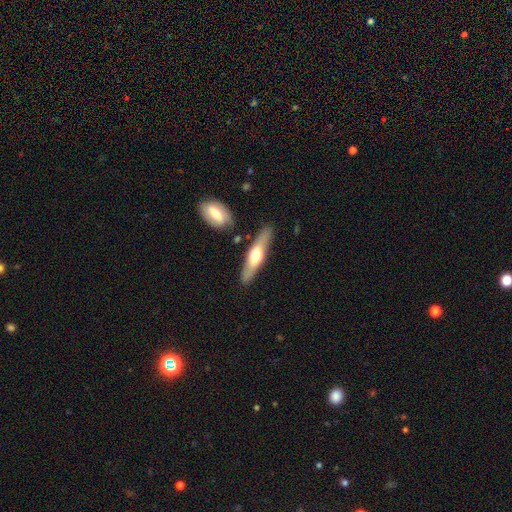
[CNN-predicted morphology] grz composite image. It shows a featured or disk galaxy (49%). Merging: none (84%).